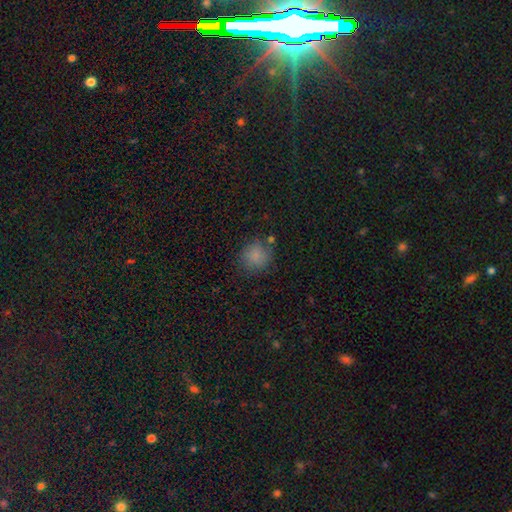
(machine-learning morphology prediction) Smooth or featured? smooth (83%)
How rounded? round (84%)
Merging? none (73%)